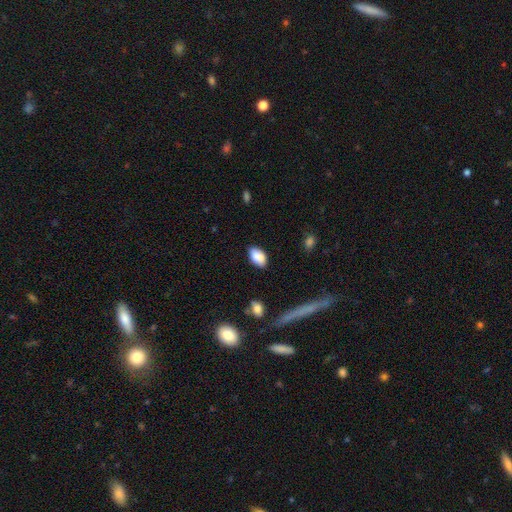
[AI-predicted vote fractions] A smooth galaxy with no disk features (82%) that is in between round and cigar-shaped (92%).

Vote fractions:
- Smooth or featured? smooth: 82% / featured or disk: 10% / star or artifact: 8%
- How rounded? in between: 92% / round: 6% / cigar-shaped: 2%
- Merging? none: 71% / minor disturbance: 18% / merger: 7% / major disturbance: 4%